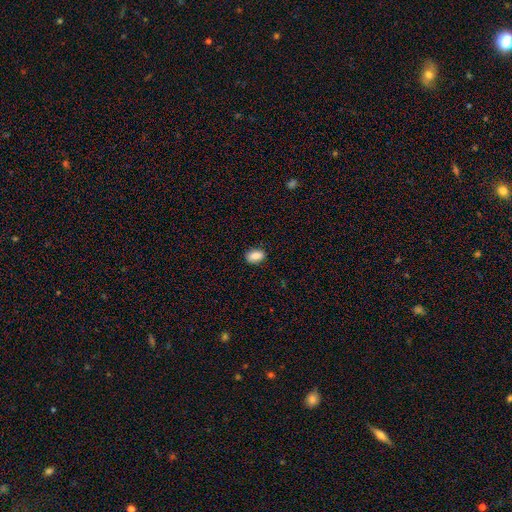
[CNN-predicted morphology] This is clearly a smooth galaxy (83%). How rounded: clearly in between (85%). Merging: clearly none (87%).